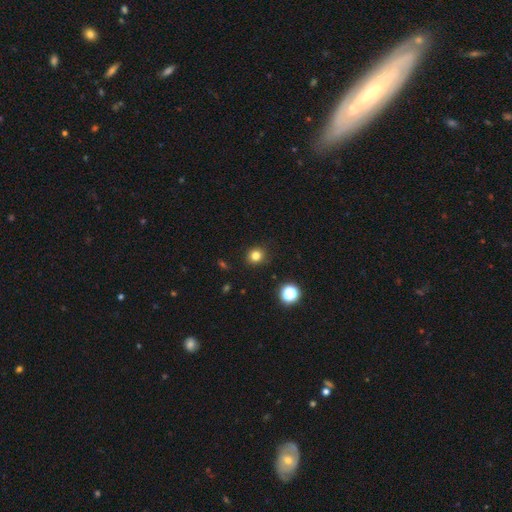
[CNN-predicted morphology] Q: Smooth or featured?
A: smooth (80%); runner-up: star or artifact (14%)
Q: How rounded?
A: round (86%); runner-up: in between (13%)
Q: Merging?
A: none (90%); runner-up: minor disturbance (7%)